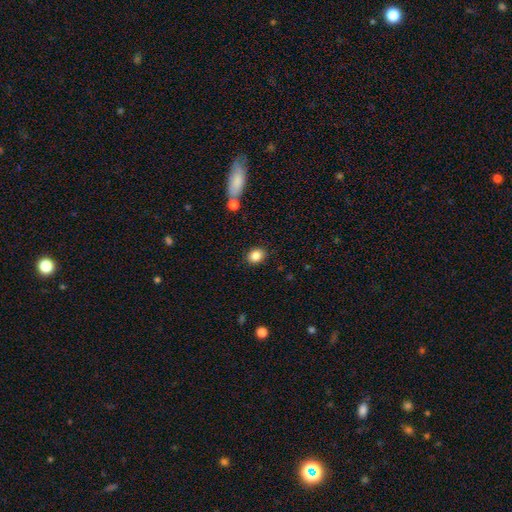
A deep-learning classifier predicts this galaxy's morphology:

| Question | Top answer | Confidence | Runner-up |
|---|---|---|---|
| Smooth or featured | smooth | 87% | star or artifact (9%) |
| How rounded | round | 51% | in between (48%) |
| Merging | none | 86% | minor disturbance (9%) |